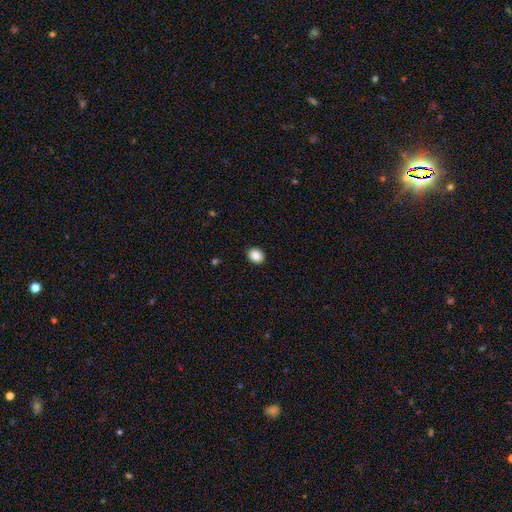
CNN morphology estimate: Q: Smooth or featured?
A: smooth (87%); runner-up: star or artifact (9%)
Q: How rounded?
A: in between (50%); runner-up: round (49%)
Q: Merging?
A: none (91%); runner-up: minor disturbance (6%)